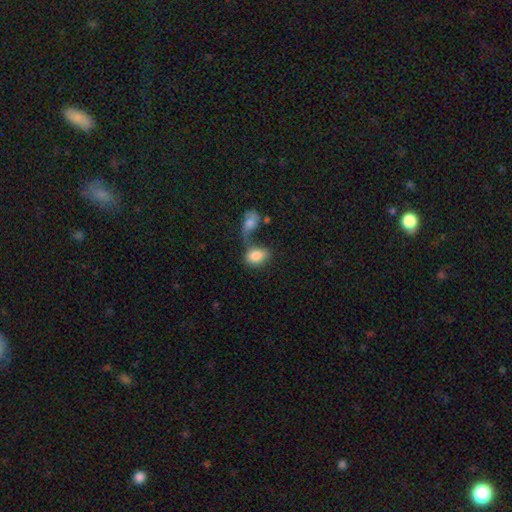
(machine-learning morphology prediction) smooth-or-featured: smooth: 82% | featured or disk: 11% | star or artifact: 7%
  how-rounded: in between: 88% | round: 10% | cigar-shaped: 2%
  merging: merger: 50% | none: 25% | major disturbance: 13% | minor disturbance: 12%